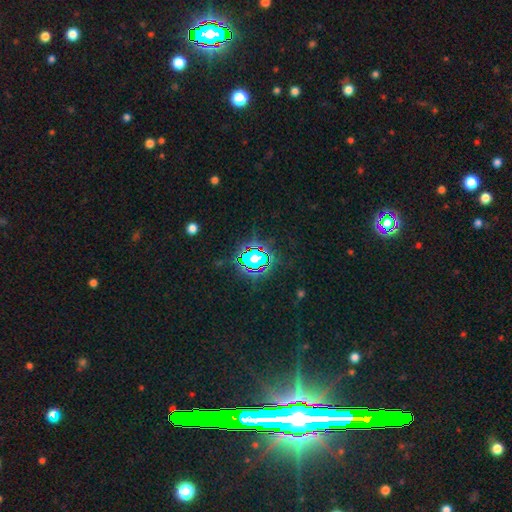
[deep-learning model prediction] This is clearly a star or artifact rather than a galaxy (82%).